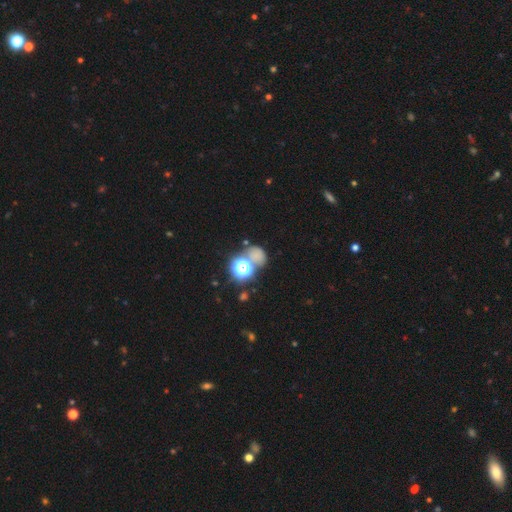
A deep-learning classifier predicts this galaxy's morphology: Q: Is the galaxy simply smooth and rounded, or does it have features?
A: smooth — 55%.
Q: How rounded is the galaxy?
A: round — 69%.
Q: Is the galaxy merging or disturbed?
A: none — 56%.